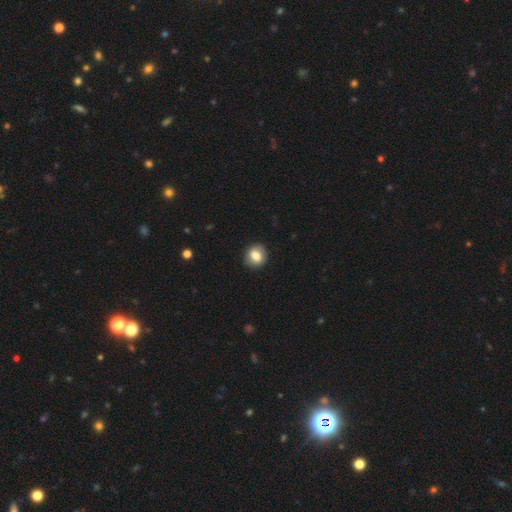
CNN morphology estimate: This appears to be a smooth galaxy with no disk features (79%) that is round (71%). Merging: none (87%).